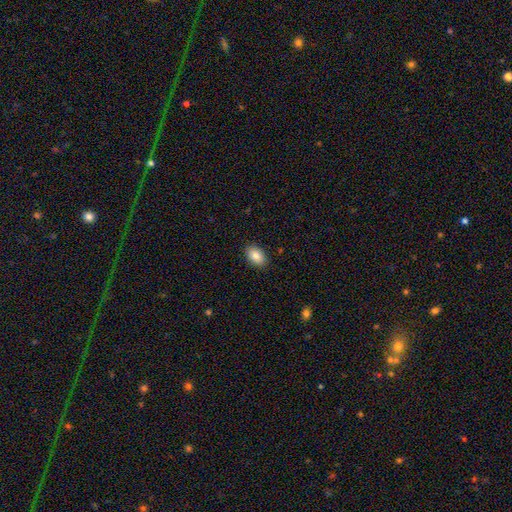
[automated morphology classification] smooth 86%, star or artifact 7%, featured or disk 7%. Down the decision tree: how rounded — in between (89%); merging — none (89%).